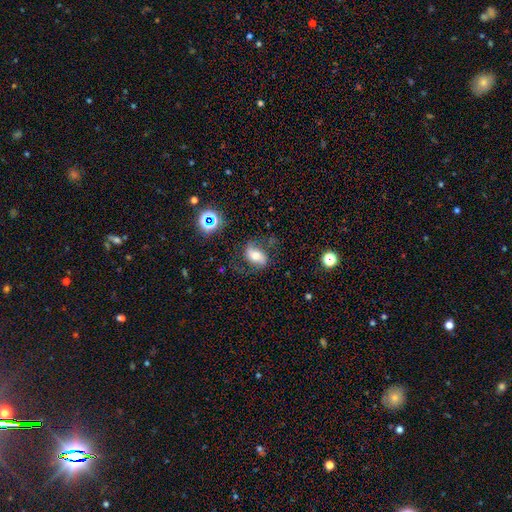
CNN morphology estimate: A featured or disk galaxy (52%). Merging: none (66%).